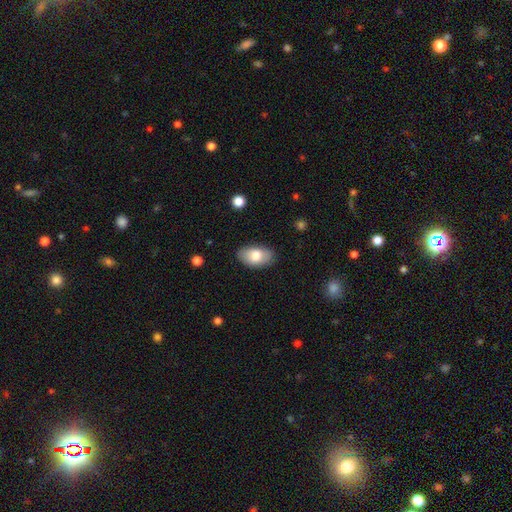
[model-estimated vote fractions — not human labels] Smooth or featured: smooth — 77% (featured or disk — 17%)
How rounded: in between — 94% (round — 5%)
Merging: none — 83% (minor disturbance — 13%)